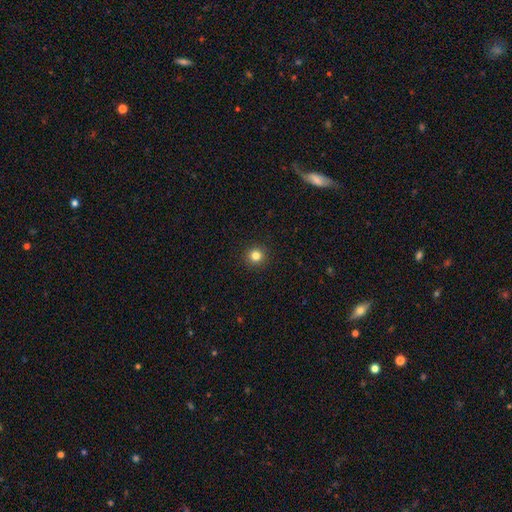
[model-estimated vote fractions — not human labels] Smooth or featured: smooth — 83% (star or artifact — 12%)
How rounded: round — 93% (in between — 6%)
Merging: none — 93% (minor disturbance — 5%)